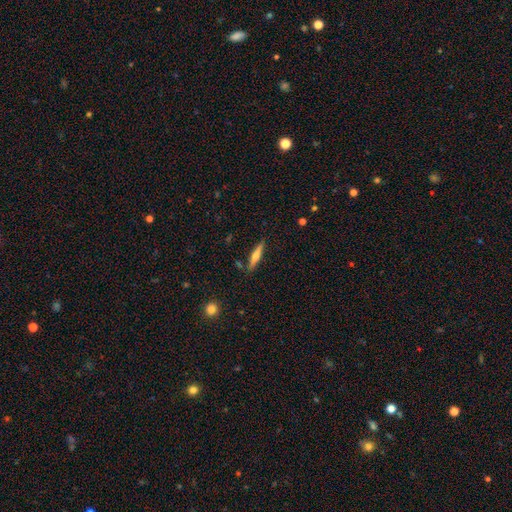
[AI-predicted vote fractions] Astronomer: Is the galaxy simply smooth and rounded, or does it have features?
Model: featured or disk — 54% (runner-up: smooth, 40%).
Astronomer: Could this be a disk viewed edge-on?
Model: yes — 96%.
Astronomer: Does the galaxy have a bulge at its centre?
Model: rounded — 84%.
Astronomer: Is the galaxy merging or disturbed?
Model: none — 86%.